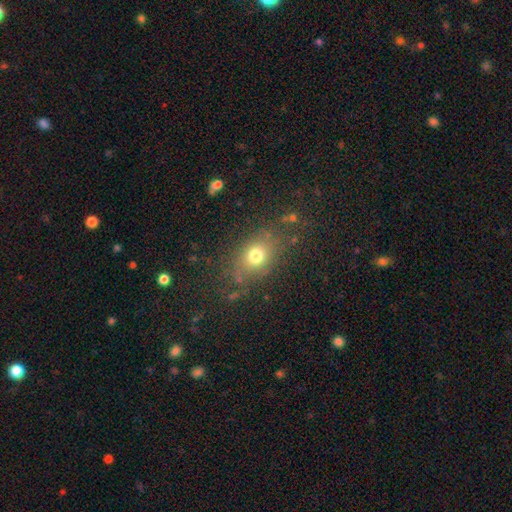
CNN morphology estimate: Smooth or featured?
  - smooth: 72% *
  - star or artifact: 16%
  - featured or disk: 12%
How rounded?
  - in between: 55% *
  - round: 42%
  - cigar-shaped: 3%
Merging?
  - none: 74% *
  - minor disturbance: 15%
  - major disturbance: 8%
  - merger: 3%